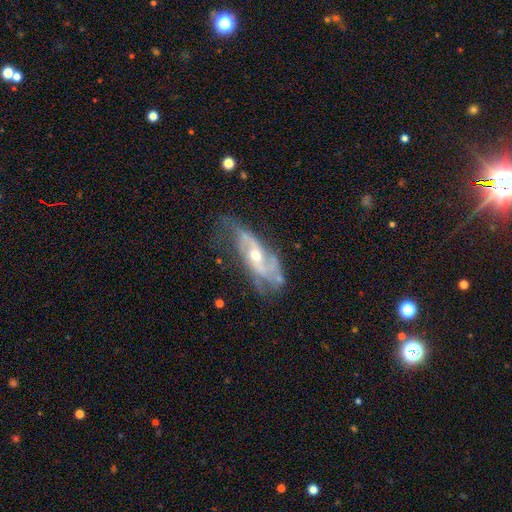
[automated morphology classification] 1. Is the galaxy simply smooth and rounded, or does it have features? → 83% featured or disk, 10% smooth, 7% star or artifact.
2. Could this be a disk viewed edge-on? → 89% no, 11% yes.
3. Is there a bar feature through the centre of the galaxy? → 53% no, 35% weak, 12% strong.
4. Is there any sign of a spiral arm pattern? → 90% yes, 10% no.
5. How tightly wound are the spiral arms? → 42% medium, 32% loose, 26% tight.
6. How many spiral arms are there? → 56% 2, 22% can't tell, 11% 3, 5% 1, 3% 4, 3% more than 4.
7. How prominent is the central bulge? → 57% moderate, 39% small, 3% large, 1% none, 1% dominant.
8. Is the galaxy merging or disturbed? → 51% none, 27% minor disturbance, 18% major disturbance, 3% merger.